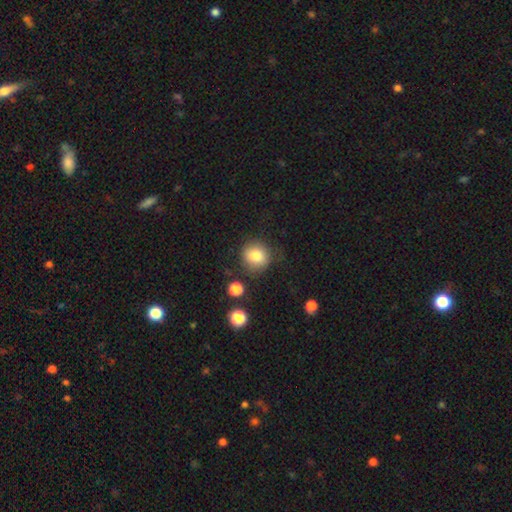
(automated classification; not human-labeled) Smooth or featured?
  - smooth: 81% *
  - star or artifact: 10%
  - featured or disk: 9%
How rounded?
  - round: 84% *
  - in between: 15%
  - cigar-shaped: 1%
Merging?
  - none: 77% *
  - minor disturbance: 15%
  - major disturbance: 5%
  - merger: 3%